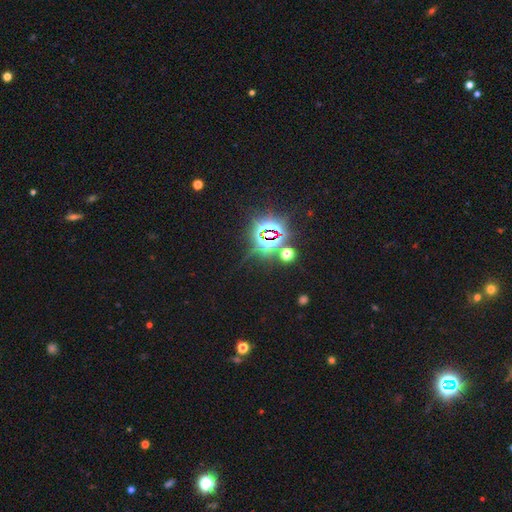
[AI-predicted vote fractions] This is clearly a star or artifact rather than a galaxy (84%).